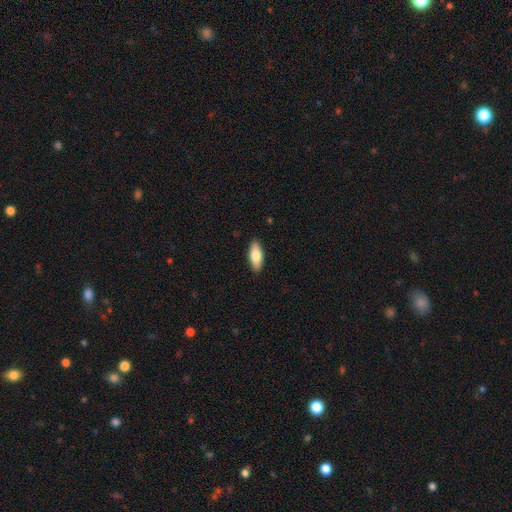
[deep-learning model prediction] The model was most divided on "how rounded": in between: 76%, cigar-shaped: 22%, round: 2%. More confident: merging — none (90%); smooth or featured — smooth (78%).